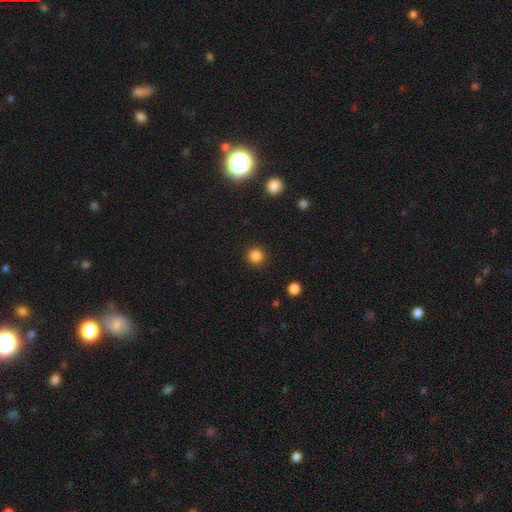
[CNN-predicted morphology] smooth-or-featured: smooth: 84% | star or artifact: 12% | featured or disk: 4%
  how-rounded: round: 94% | in between: 5% | cigar-shaped: 1%
  merging: none: 91% | minor disturbance: 5% | major disturbance: 2% | merger: 1%